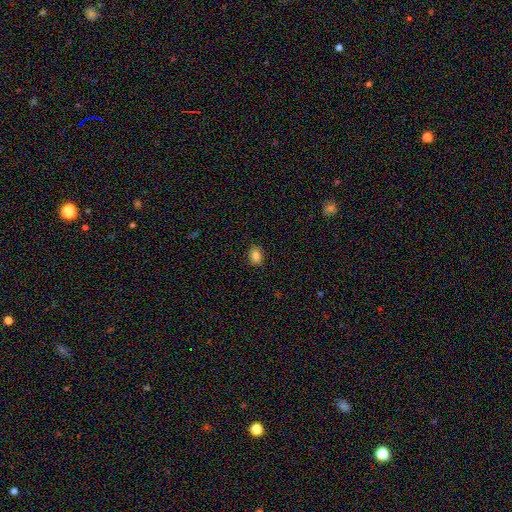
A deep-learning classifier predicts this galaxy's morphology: smooth_or_featured: smooth (p=0.85) [alt: star or artifact p=0.10]
how_rounded: in between (p=0.66) [alt: round p=0.32]
merging: none (p=0.88) [alt: minor disturbance p=0.09]